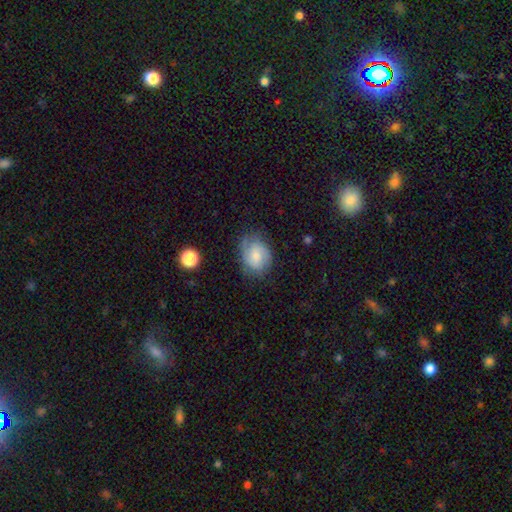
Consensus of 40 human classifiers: This is likely a smooth galaxy (62%). How rounded: possibly round (56%). Merging: possibly none (51%).